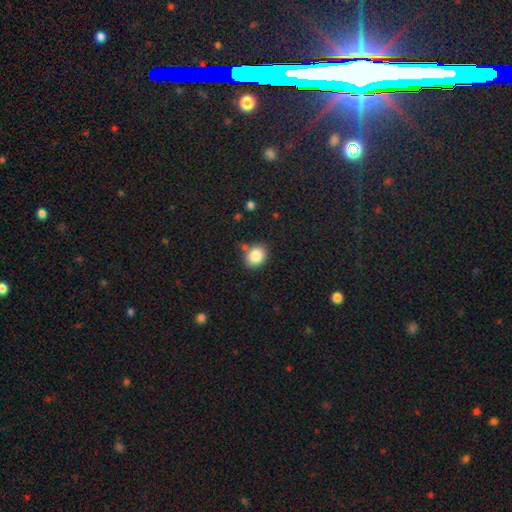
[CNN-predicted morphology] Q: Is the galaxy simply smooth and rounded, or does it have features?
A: smooth — 86%.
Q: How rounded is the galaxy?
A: round — 53%.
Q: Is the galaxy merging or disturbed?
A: none — 79%.